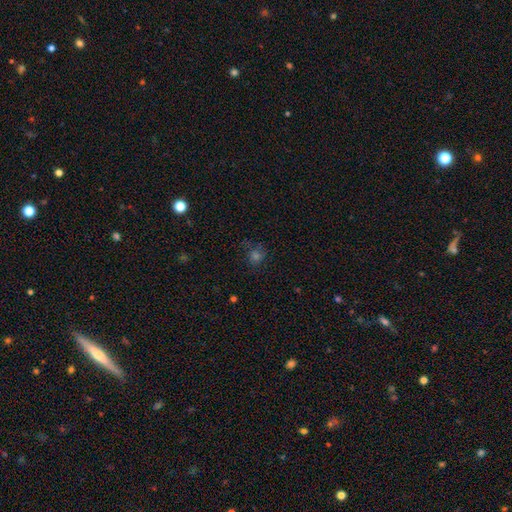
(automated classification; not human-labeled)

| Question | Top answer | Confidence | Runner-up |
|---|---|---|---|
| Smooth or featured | smooth | 52% | star or artifact (33%) |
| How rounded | round | 80% | in between (19%) |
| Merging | none | 69% | minor disturbance (17%) |